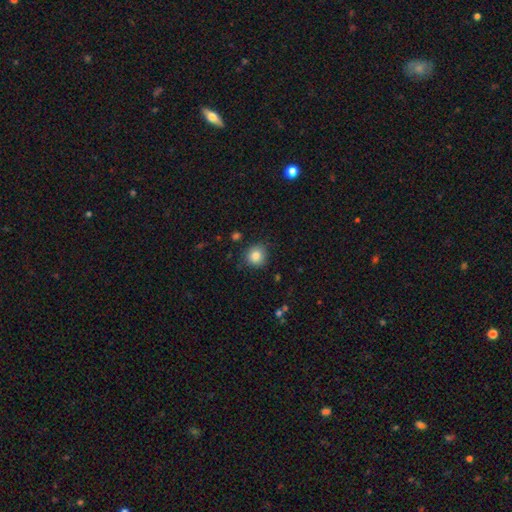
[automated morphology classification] smooth 85%, star or artifact 10%, featured or disk 5%. Down the decision tree: how rounded — round (89%); merging — none (83%).